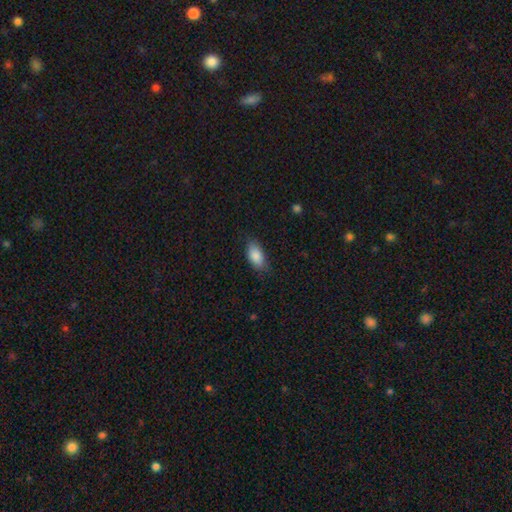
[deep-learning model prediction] This appears to be a smooth galaxy with no disk features (87%) that is in between round and cigar-shaped (91%). Merging: none (79%).